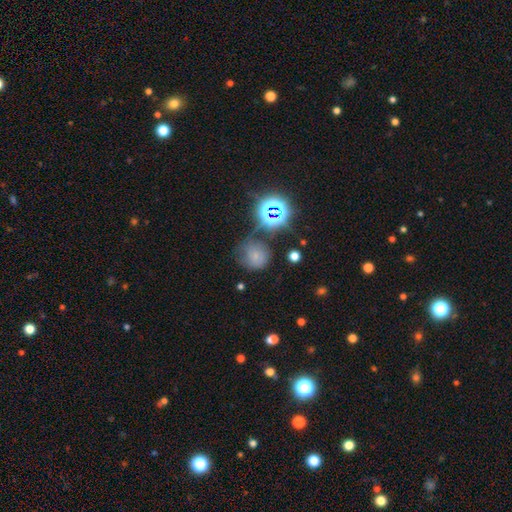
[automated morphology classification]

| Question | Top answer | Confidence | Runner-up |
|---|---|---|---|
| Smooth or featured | smooth | 56% | star or artifact (28%) |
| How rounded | round | 86% | in between (13%) |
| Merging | none | 57% | minor disturbance (23%) |